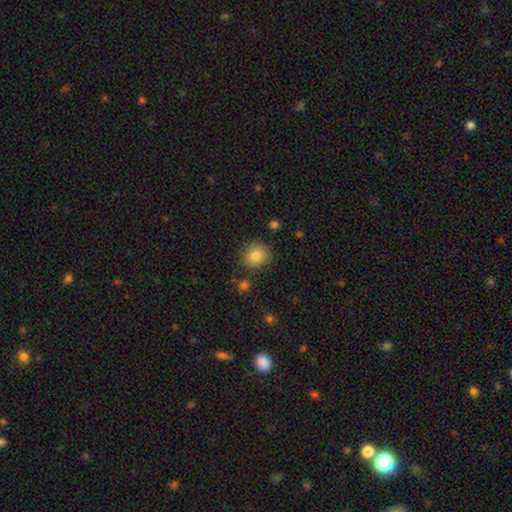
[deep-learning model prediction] A smooth galaxy with no disk features (82%) that is round (78%).

Vote fractions:
- Smooth or featured? smooth: 82% / star or artifact: 9% / featured or disk: 9%
- How rounded? round: 78% / in between: 21% / cigar-shaped: 1%
- Merging? none: 83% / minor disturbance: 12% / major disturbance: 3% / merger: 3%